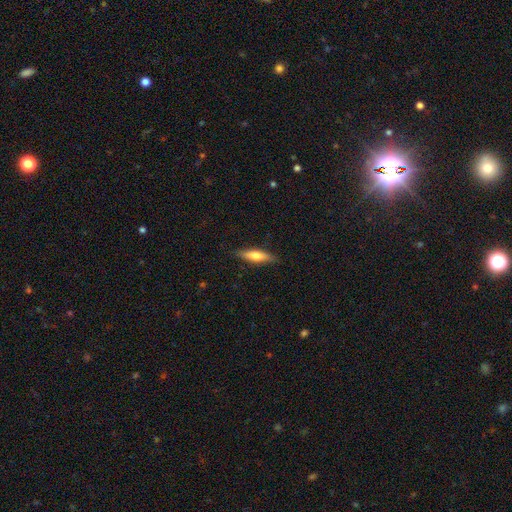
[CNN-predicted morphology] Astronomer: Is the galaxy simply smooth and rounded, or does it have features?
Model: smooth — 61%.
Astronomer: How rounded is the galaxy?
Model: cigar-shaped — 71%.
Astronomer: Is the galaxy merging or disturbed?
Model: none — 87%.